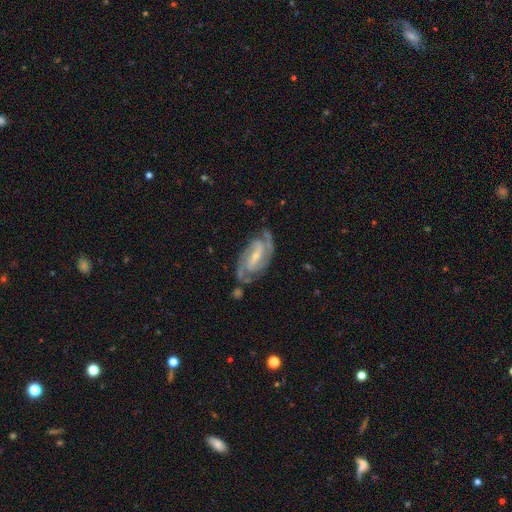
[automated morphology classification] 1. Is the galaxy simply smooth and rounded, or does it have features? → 90% featured or disk, 6% smooth, 5% star or artifact.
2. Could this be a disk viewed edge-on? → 96% no, 4% yes.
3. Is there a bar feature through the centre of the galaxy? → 44% strong, 40% weak, 16% no.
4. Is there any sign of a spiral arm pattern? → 98% yes, 2% no.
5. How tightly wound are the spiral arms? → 49% tight, 43% medium, 8% loose.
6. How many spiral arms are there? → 85% 2, 6% 3, 5% can't tell, 2% 1, 2% 4, 1% more than 4.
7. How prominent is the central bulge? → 64% small, 28% moderate, 5% none, 2% large, 1% dominant.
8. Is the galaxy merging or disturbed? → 76% none, 16% minor disturbance, 5% major disturbance, 3% merger.